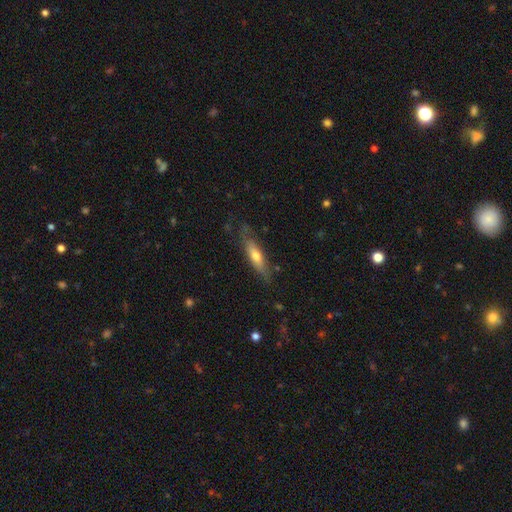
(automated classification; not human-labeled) smooth-or-featured: smooth: 54% | featured or disk: 40% | star or artifact: 6%
  how-rounded: cigar-shaped: 71% | in between: 27% | round: 2%
  merging: none: 71% | minor disturbance: 21% | major disturbance: 6% | merger: 2%